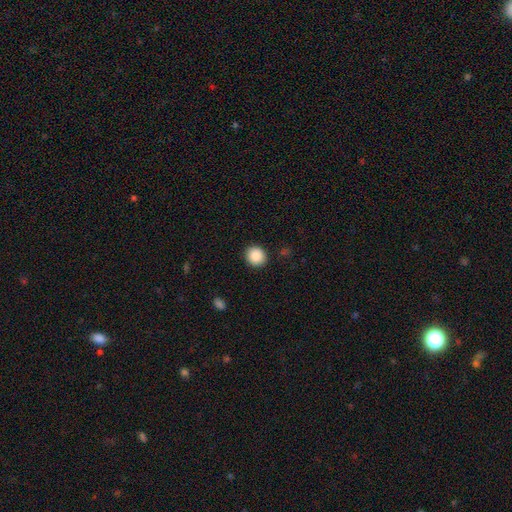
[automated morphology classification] Smooth or featured? smooth (89%)
How rounded? round (89%)
Merging? none (91%)